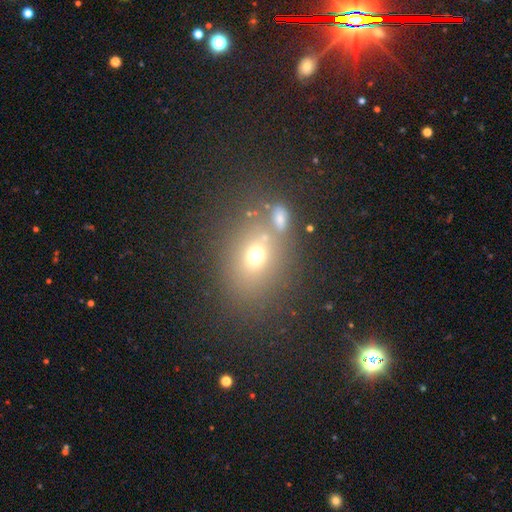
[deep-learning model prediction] Smooth or featured? smooth (65%)
How rounded? in between (54%)
Merging? none (60%)